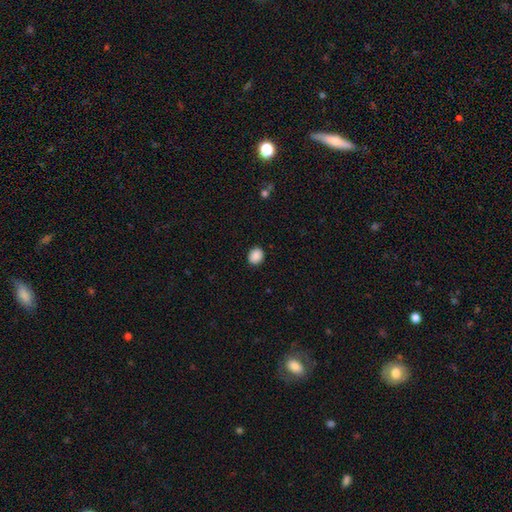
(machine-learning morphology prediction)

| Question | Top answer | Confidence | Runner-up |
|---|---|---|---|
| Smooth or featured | smooth | 89% | star or artifact (8%) |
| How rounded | round | 56% | in between (43%) |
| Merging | none | 89% | minor disturbance (8%) |